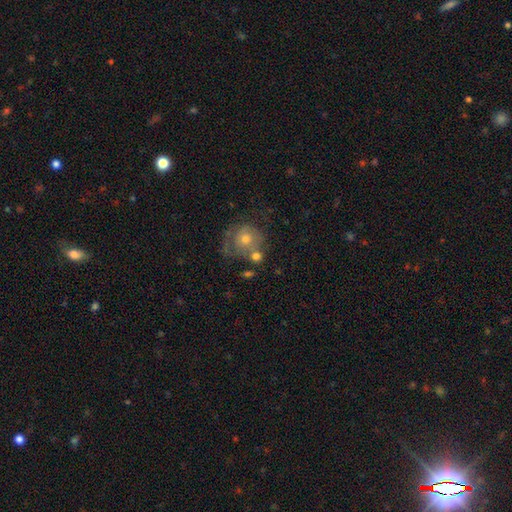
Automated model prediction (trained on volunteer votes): Smooth or featured?
  - smooth: 51% *
  - featured or disk: 39%
  - star or artifact: 11%
How rounded?
  - round: 81% *
  - in between: 18%
  - cigar-shaped: 1%
Merging?
  - none: 44% *
  - merger: 21%
  - minor disturbance: 19%
  - major disturbance: 16%